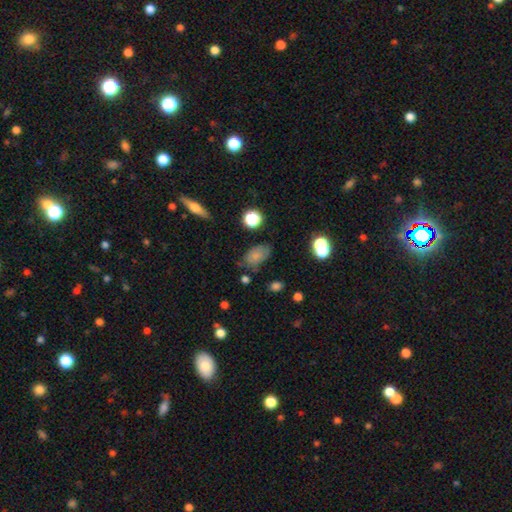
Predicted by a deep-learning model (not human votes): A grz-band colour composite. It shows a smooth galaxy with no disk features (77%) that is in between round and cigar-shaped (88%). Merging: none (63%).